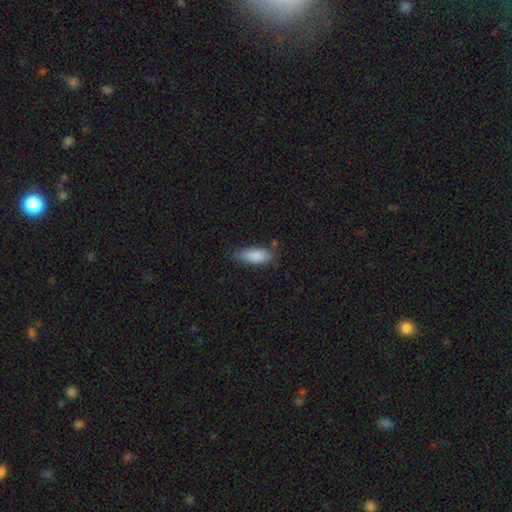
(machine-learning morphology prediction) This appears to be a smooth galaxy with no disk features (86%) that is in between round and cigar-shaped (68%). Merging: none (76%).